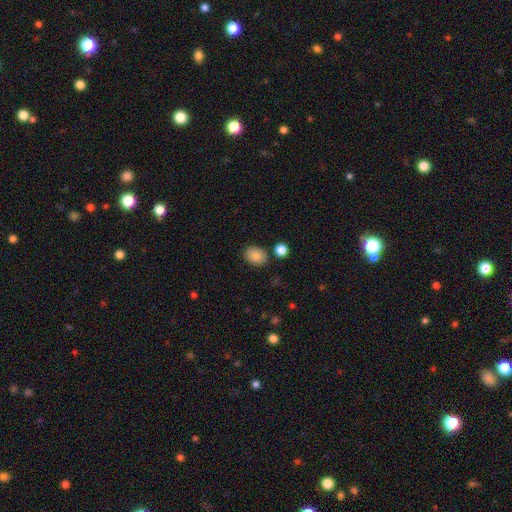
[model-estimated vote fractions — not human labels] smooth_or_featured: smooth (p=0.84) [alt: star or artifact p=0.09]
how_rounded: in between (p=0.68) [alt: round p=0.31]
merging: none (p=0.82) [alt: minor disturbance p=0.11]